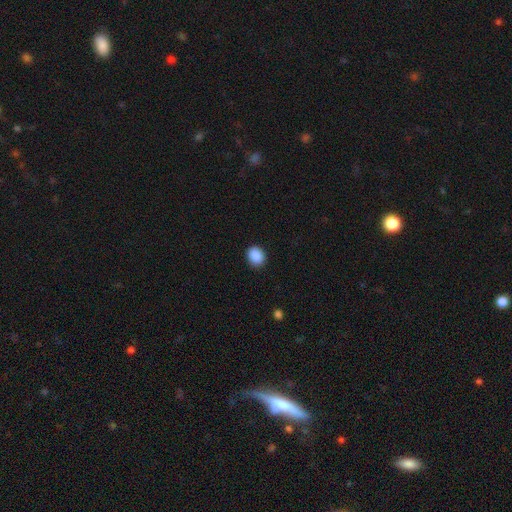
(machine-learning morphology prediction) Smooth or featured?
  - smooth: 89% *
  - star or artifact: 8%
  - featured or disk: 2%
How rounded?
  - round: 58% *
  - in between: 41%
  - cigar-shaped: 1%
Merging?
  - none: 89% *
  - minor disturbance: 8%
  - major disturbance: 2%
  - merger: 1%